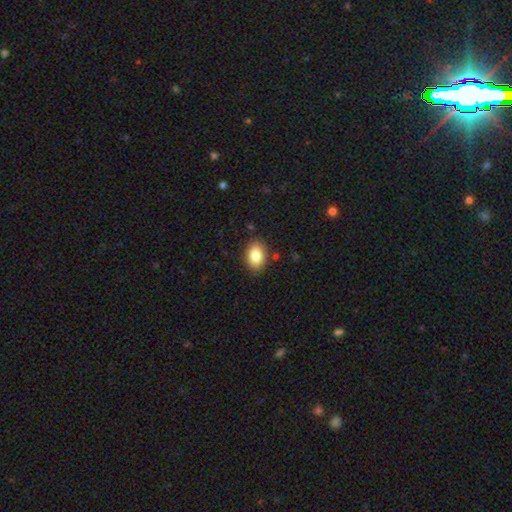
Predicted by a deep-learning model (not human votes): Smooth or featured? Predicted: smooth (p=0.86). How rounded? Predicted: in between (p=0.88). Merging? Predicted: none (p=0.86).